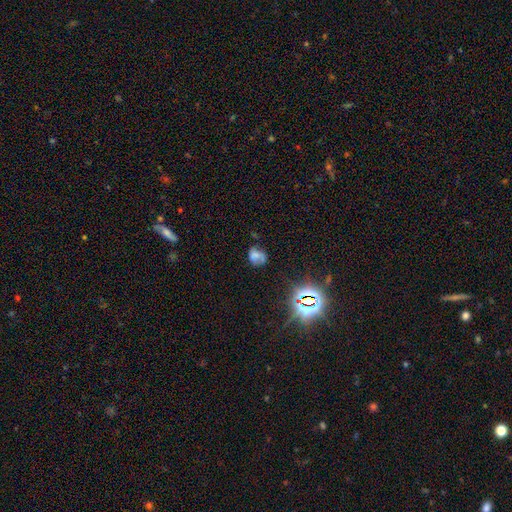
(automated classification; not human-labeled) A smooth galaxy with no disk features (55%) that is round (53%). Merging: none (44%).